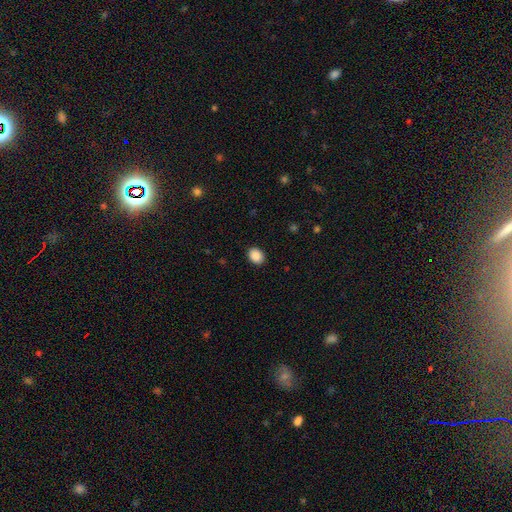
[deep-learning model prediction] smooth 88%, star or artifact 8%, featured or disk 3%. Down the decision tree: how rounded — in between (55%); merging — none (90%).